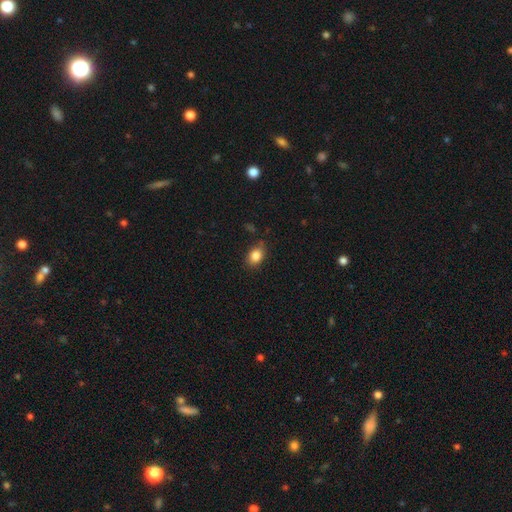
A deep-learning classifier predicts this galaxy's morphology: smooth-or-featured: smooth: 85% | star or artifact: 9% | featured or disk: 6%
  how-rounded: in between: 69% | round: 29% | cigar-shaped: 1%
  merging: none: 77% | minor disturbance: 18% | major disturbance: 4% | merger: 2%